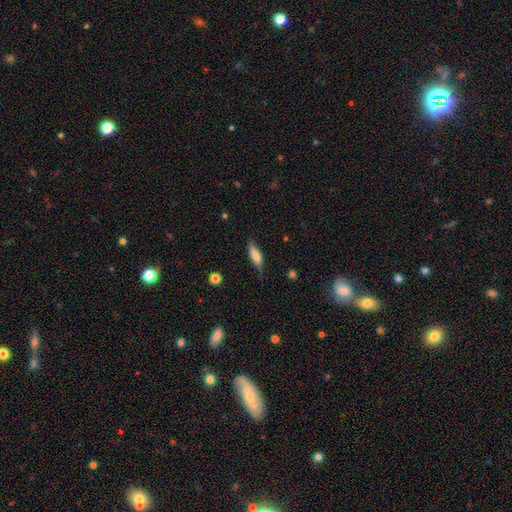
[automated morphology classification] A smooth galaxy with no disk features (73%) that is in between round and cigar-shaped (53%).

Vote fractions:
- Smooth or featured? smooth: 73% / featured or disk: 20% / star or artifact: 6%
- How rounded? in between: 53% / cigar-shaped: 44% / round: 2%
- Merging? none: 70% / minor disturbance: 24% / major disturbance: 5% / merger: 1%